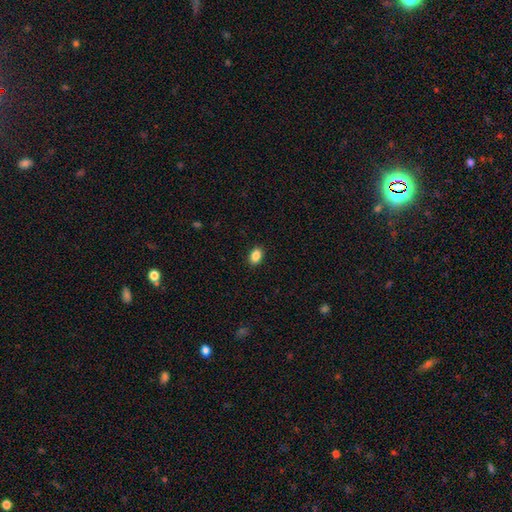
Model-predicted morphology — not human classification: A smooth galaxy with no disk features (87%) that is in between round and cigar-shaped (87%).

Vote fractions:
- Smooth or featured? smooth: 87% / star or artifact: 9% / featured or disk: 4%
- How rounded? in between: 87% / round: 12% / cigar-shaped: 2%
- Merging? none: 90% / minor disturbance: 7% / major disturbance: 2% / merger: 1%